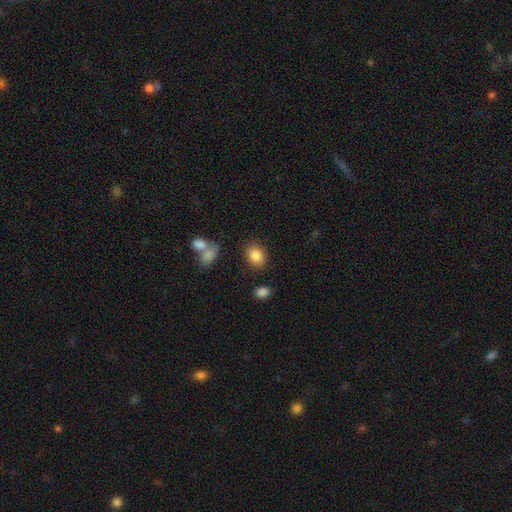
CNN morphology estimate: Smooth or featured? Predicted: smooth (p=0.86). How rounded? Predicted: in between (p=0.55). Merging? Predicted: none (p=0.81).